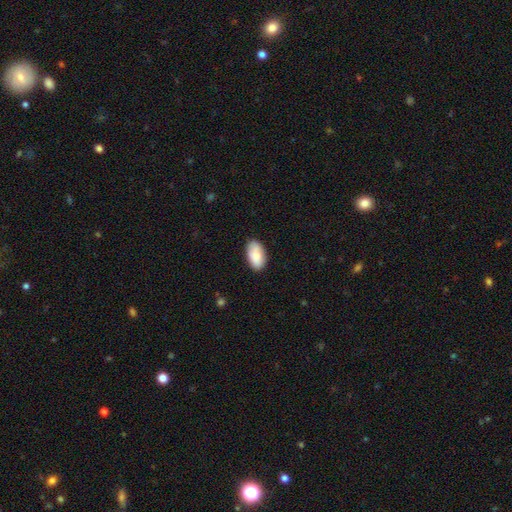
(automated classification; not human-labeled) The model was most divided on "merging": none: 84%, minor disturbance: 12%, major disturbance: 2%, merger: 1%. More confident: how rounded — in between (95%); smooth or featured — smooth (88%).